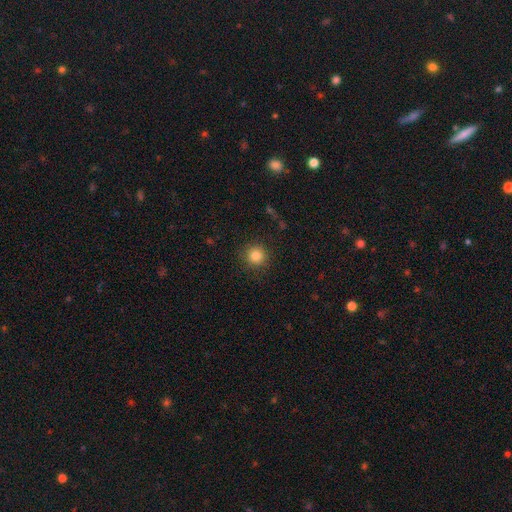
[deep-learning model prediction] Smooth or featured? smooth (83%)
How rounded? round (94%)
Merging? none (89%)